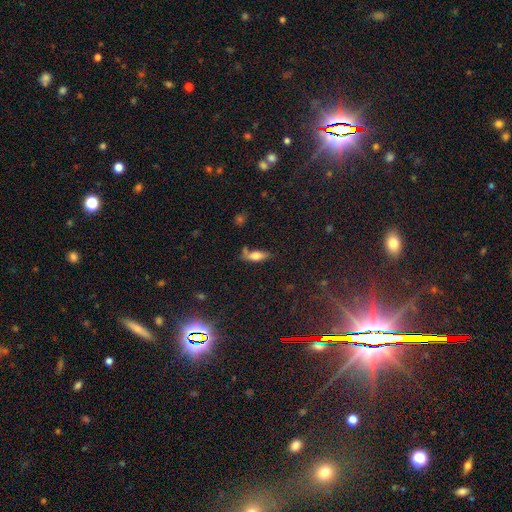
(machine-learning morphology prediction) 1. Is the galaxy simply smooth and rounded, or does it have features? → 64% smooth, 26% featured or disk, 10% star or artifact.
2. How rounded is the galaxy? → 59% in between, 37% cigar-shaped, 3% round.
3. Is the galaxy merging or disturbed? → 63% none, 20% minor disturbance, 10% merger, 7% major disturbance.